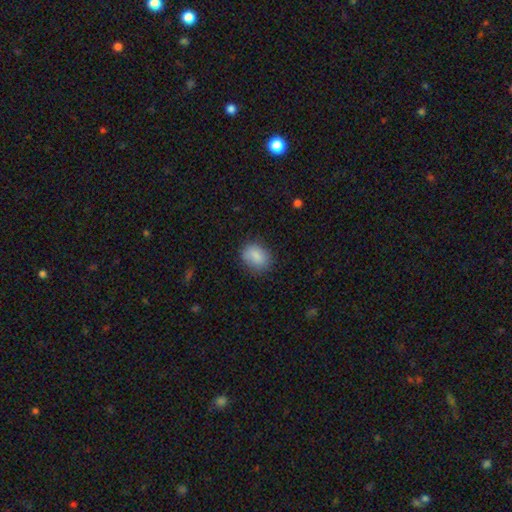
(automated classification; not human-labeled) A smooth galaxy with no disk features (86%) that is in between round and cigar-shaped (56%).

Vote fractions:
- Smooth or featured? smooth: 86% / star or artifact: 8% / featured or disk: 6%
- How rounded? in between: 56% / round: 43% / cigar-shaped: 1%
- Merging? none: 79% / minor disturbance: 16% / major disturbance: 4% / merger: 1%